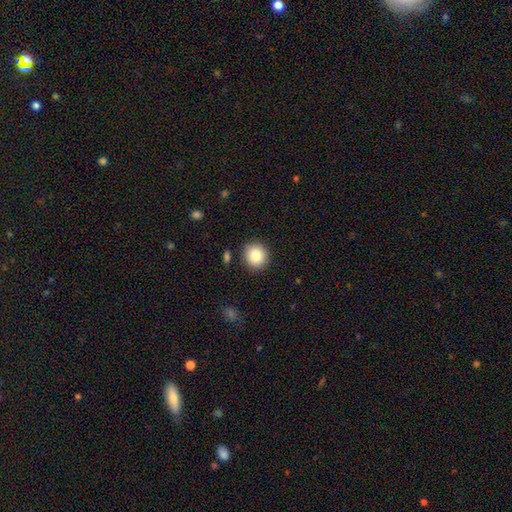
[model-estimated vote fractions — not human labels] This appears to be a smooth galaxy with no disk features (85%) that is round (89%). Merging: none (88%).